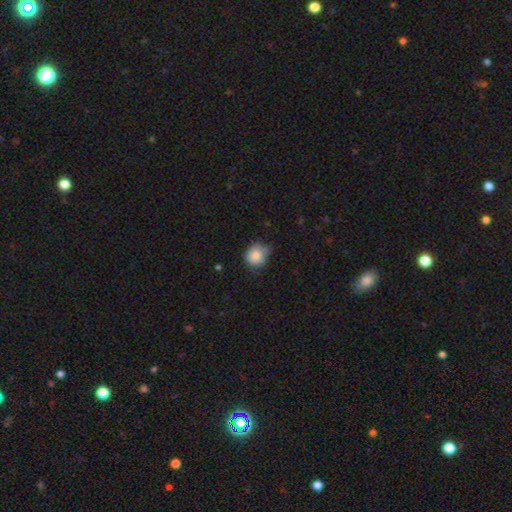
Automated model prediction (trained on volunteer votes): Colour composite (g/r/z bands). It shows a smooth galaxy with no disk features (85%) that is round (83%). Merging: none (59%).